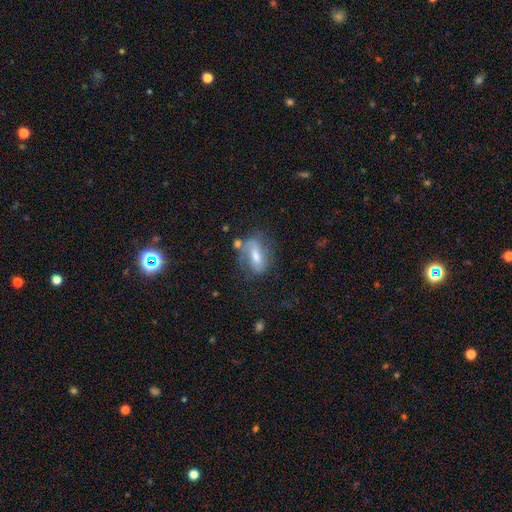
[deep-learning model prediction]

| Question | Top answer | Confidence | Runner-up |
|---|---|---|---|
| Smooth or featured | featured or disk | 50% | smooth (39%) |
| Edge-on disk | no | 87% | yes (13%) |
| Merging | none | 50% | minor disturbance (25%) |